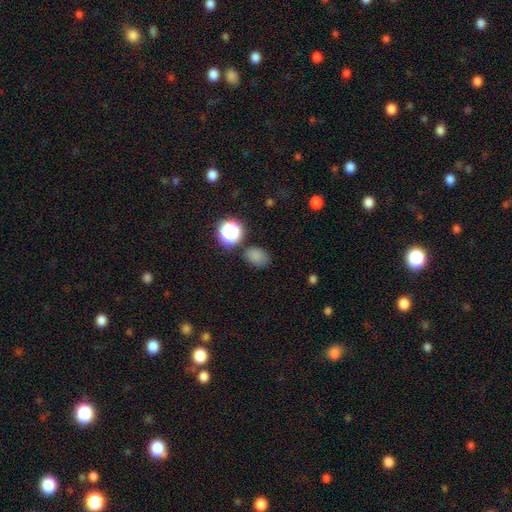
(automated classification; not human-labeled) Smooth or featured?
  - smooth: 77% *
  - star or artifact: 17%
  - featured or disk: 6%
How rounded?
  - in between: 59% *
  - round: 40%
  - cigar-shaped: 1%
Merging?
  - none: 74% *
  - minor disturbance: 16%
  - merger: 6%
  - major disturbance: 5%